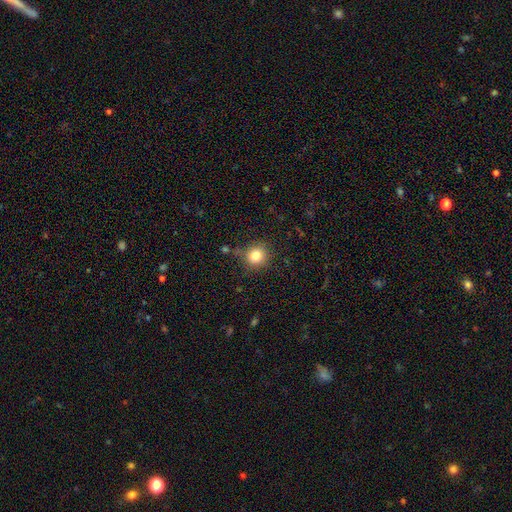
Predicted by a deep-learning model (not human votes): Smooth or featured?
  - smooth: 82% *
  - star or artifact: 12%
  - featured or disk: 6%
How rounded?
  - round: 91% *
  - in between: 8%
  - cigar-shaped: 1%
Merging?
  - none: 83% *
  - minor disturbance: 11%
  - major disturbance: 3%
  - merger: 3%